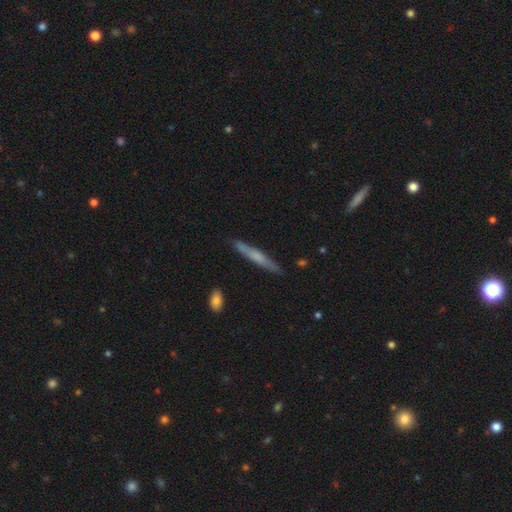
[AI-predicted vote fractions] Q: Smooth or featured?
A: smooth (49%); runner-up: featured or disk (45%)
Q: Merging?
A: none (85%); runner-up: minor disturbance (11%)